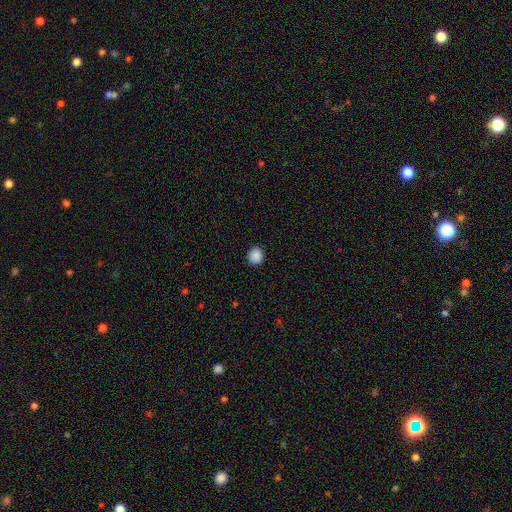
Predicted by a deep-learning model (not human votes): smooth 88%, star or artifact 9%, featured or disk 3%. Down the decision tree: how rounded — round (85%); merging — none (91%).